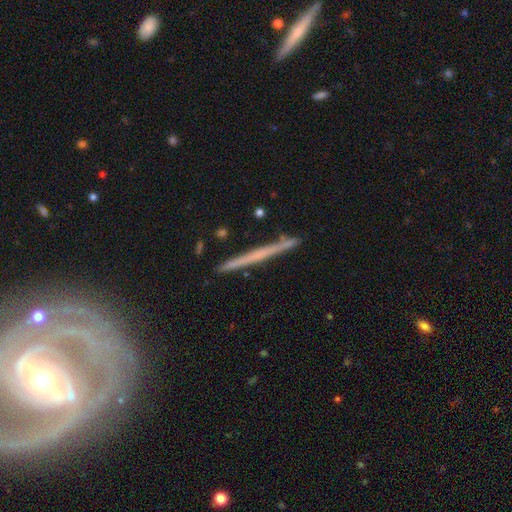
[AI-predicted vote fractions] The model was most divided on "smooth or featured": featured or disk: 57%, smooth: 36%, star or artifact: 7%. More confident: edge-on disk — yes (96%); merging — none (88%); edge-on bulge — none (85%).